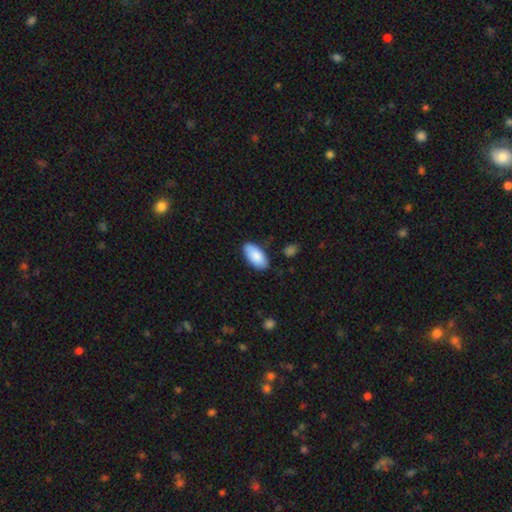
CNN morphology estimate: This is clearly a smooth galaxy (87%). How rounded: clearly in between (94%). Merging: clearly none (83%).